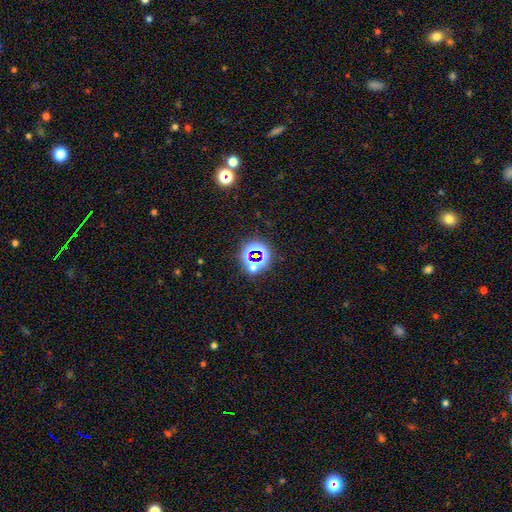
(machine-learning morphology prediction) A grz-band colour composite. It shows a star or artifact, not a galaxy (68%).